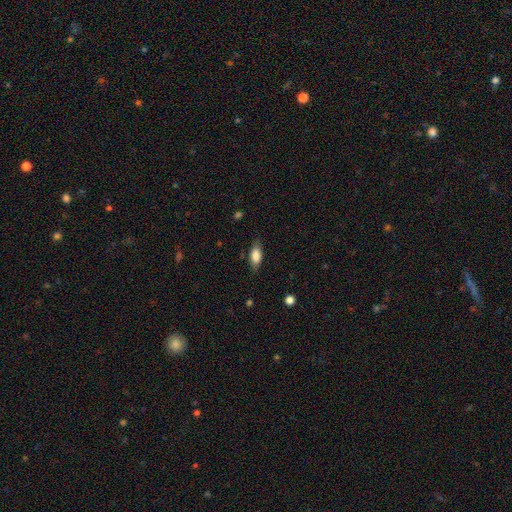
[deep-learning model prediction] This appears to be a smooth galaxy with no disk features (78%) that is in between round and cigar-shaped (78%). Merging: none (80%).